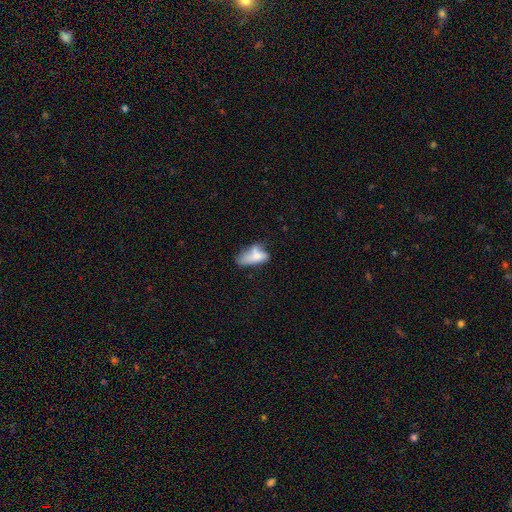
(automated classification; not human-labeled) Q: Smooth or featured?
A: smooth (62%); runner-up: featured or disk (28%)
Q: How rounded?
A: in between (80%); runner-up: cigar-shaped (14%)
Q: Merging?
A: merger (30%); runner-up: major disturbance (25%)